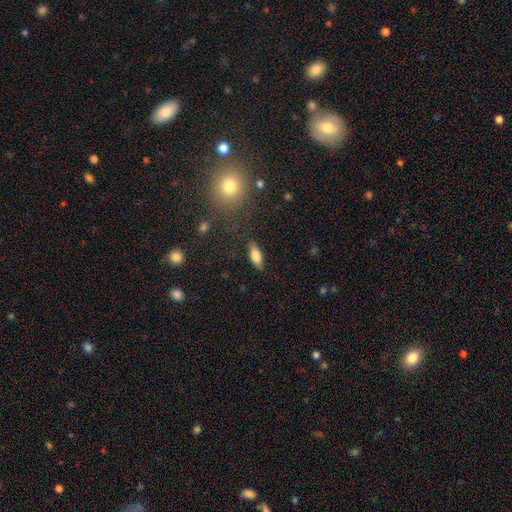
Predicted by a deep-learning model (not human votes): This appears to be a smooth galaxy with no disk features (81%) that is in between round and cigar-shaped (81%). Merging: none (84%).